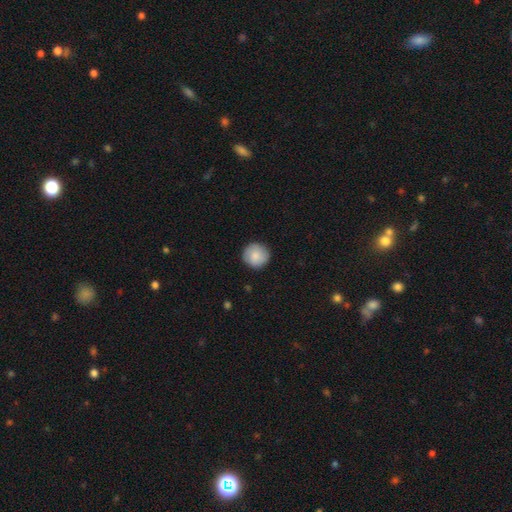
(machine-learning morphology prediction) Overall: smooth (84%). How rounded: round (95%). Merging: none (89%).